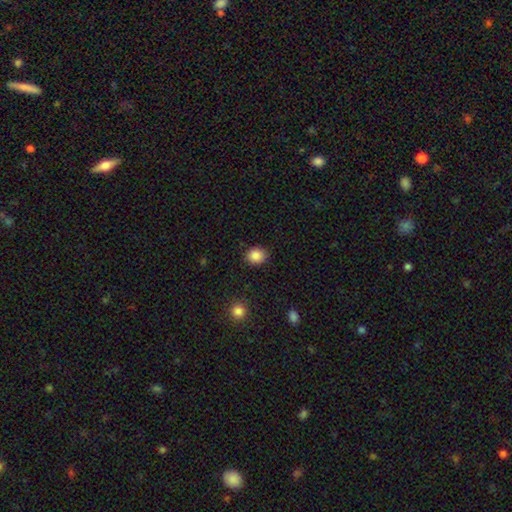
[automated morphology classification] This appears to be a smooth galaxy with no disk features (87%) that is round (74%). Merging: none (87%).